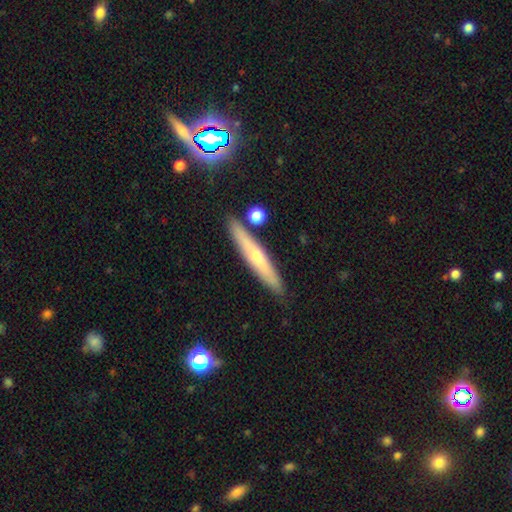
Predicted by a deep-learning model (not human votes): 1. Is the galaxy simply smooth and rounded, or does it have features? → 47% featured or disk, 46% smooth, 7% star or artifact.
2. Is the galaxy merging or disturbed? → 86% none, 9% minor disturbance, 3% merger, 2% major disturbance.